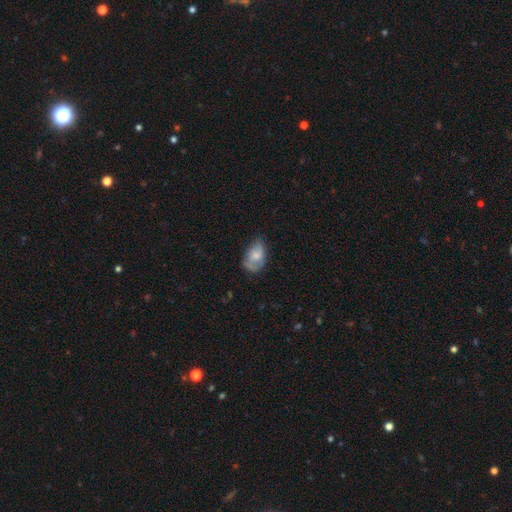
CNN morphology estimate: Overall: smooth (66%; featured or disk 26%). How rounded: in between (88%). Merging: none (44%; minor disturbance 38%).